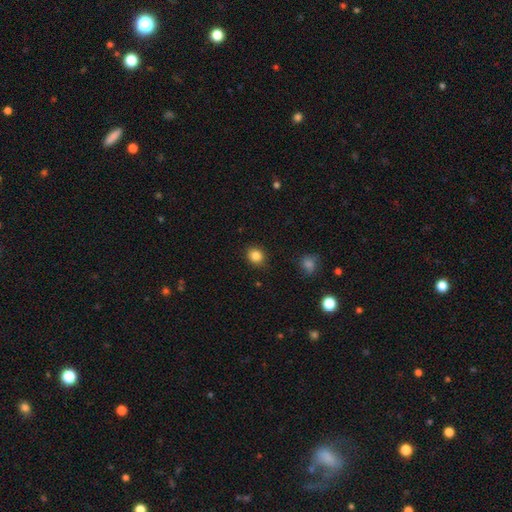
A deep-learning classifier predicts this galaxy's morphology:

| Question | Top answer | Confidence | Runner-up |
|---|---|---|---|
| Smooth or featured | smooth | 85% | star or artifact (10%) |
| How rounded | round | 67% | in between (33%) |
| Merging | none | 87% | minor disturbance (9%) |